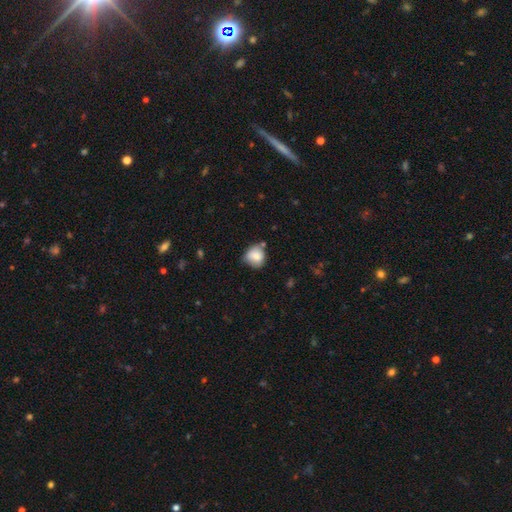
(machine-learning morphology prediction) type=smooth (79%); roundness=round (75%); merging=none (56%).